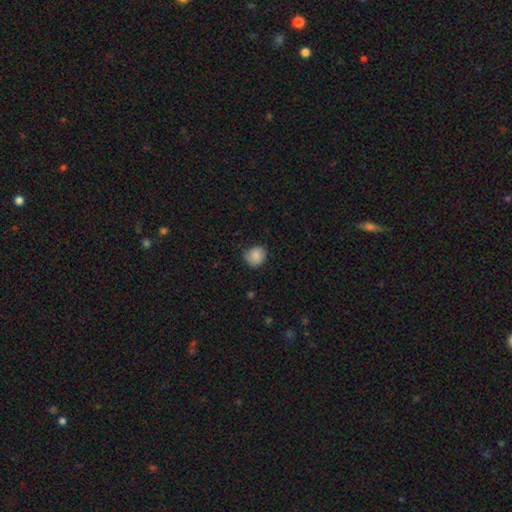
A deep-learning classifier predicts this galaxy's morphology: This appears to be a smooth galaxy with no disk features (85%) that is round (77%). Merging: none (69%).